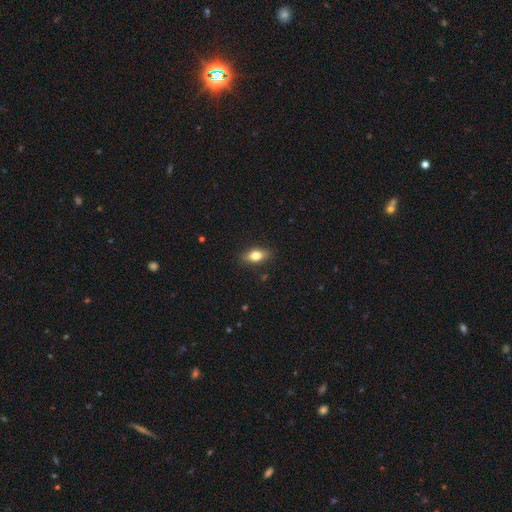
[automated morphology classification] A smooth galaxy with no disk features (74%) that is in between round and cigar-shaped (82%). Merging: none (86%).